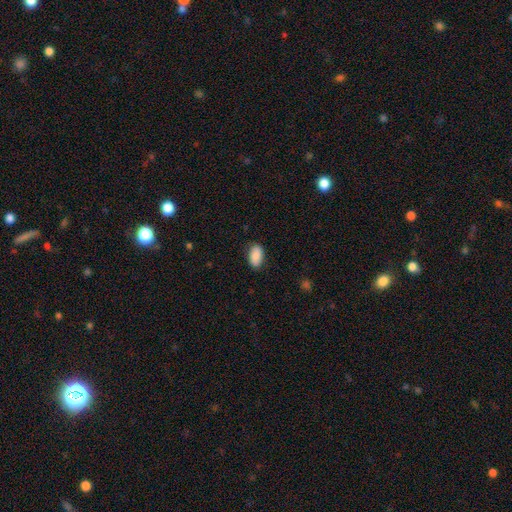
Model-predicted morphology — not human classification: A smooth galaxy with no disk features (88%) that is in between round and cigar-shaped (94%).

Vote fractions:
- Smooth or featured? smooth: 88% / star or artifact: 7% / featured or disk: 5%
- How rounded? in between: 94% / round: 4% / cigar-shaped: 2%
- Merging? none: 83% / minor disturbance: 13% / major disturbance: 3% / merger: 1%